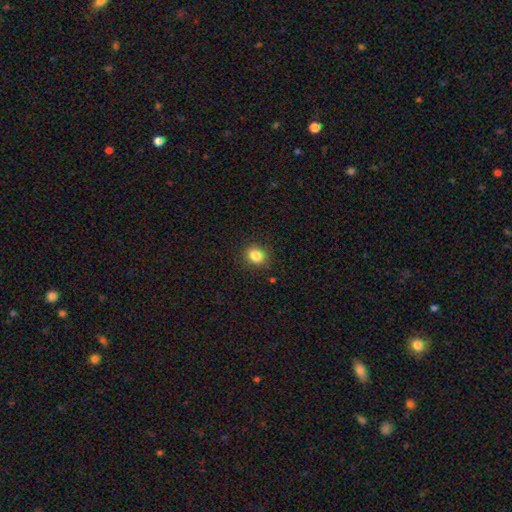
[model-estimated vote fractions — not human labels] Smooth or featured? Predicted: smooth (p=0.85). How rounded? Predicted: round (p=0.55). Merging? Predicted: none (p=0.86).